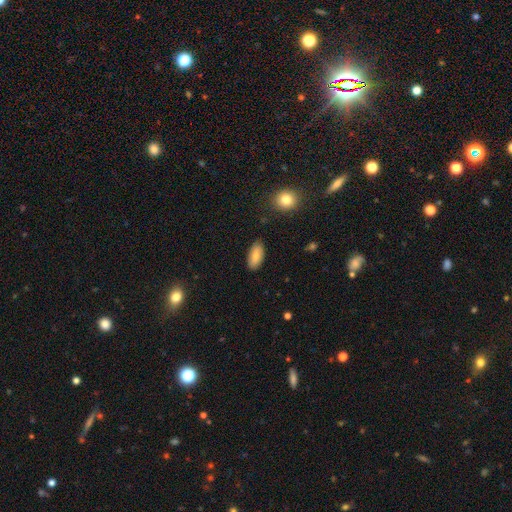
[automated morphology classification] smooth_or_featured: smooth (p=0.83) [alt: featured or disk p=0.11]
how_rounded: in between (p=0.90) [alt: cigar-shaped p=0.07]
merging: none (p=0.83) [alt: minor disturbance p=0.13]